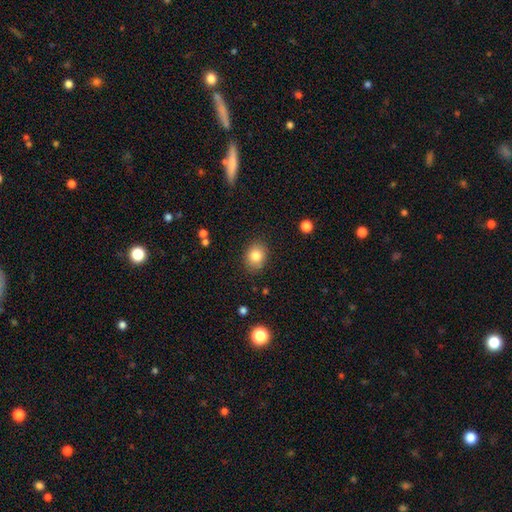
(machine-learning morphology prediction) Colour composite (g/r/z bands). It shows a smooth galaxy with no disk features (82%) that is in between round and cigar-shaped (50%). Merging: none (85%).